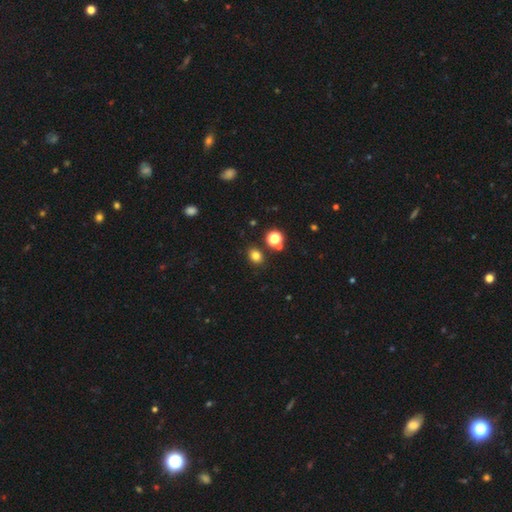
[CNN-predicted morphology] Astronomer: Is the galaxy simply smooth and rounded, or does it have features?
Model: smooth — 78%.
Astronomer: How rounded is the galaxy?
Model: round — 52% (runner-up: in between, 47%).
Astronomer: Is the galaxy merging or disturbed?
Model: none — 82%.